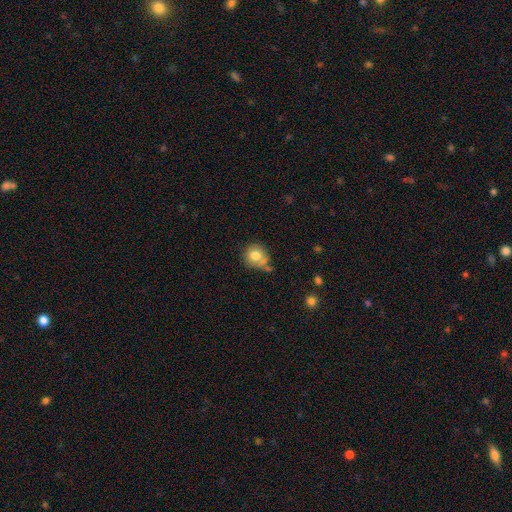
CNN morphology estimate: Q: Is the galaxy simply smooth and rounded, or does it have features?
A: smooth — 78%.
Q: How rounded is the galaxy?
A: round — 84%.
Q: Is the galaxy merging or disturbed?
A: none — 53%.